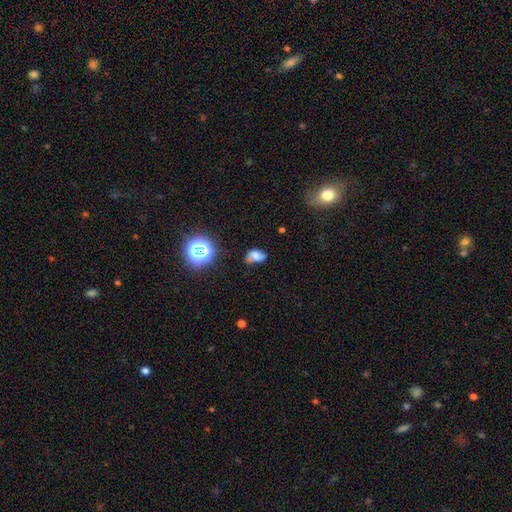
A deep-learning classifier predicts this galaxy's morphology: smooth_or_featured: smooth (p=0.58) [alt: featured or disk p=0.25]
how_rounded: in between (p=0.80) [alt: round p=0.18]
merging: none (p=0.48) [alt: minor disturbance p=0.32]